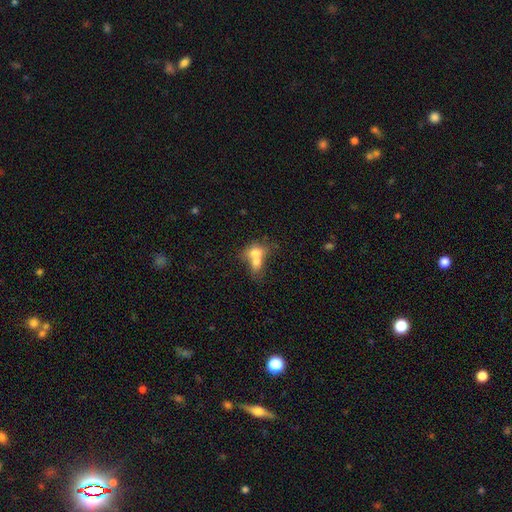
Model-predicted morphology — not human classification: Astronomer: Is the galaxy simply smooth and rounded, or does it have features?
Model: smooth — 68%.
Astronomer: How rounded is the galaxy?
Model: in between — 61% (runner-up: round, 37%).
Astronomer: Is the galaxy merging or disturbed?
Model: merger — 73%.